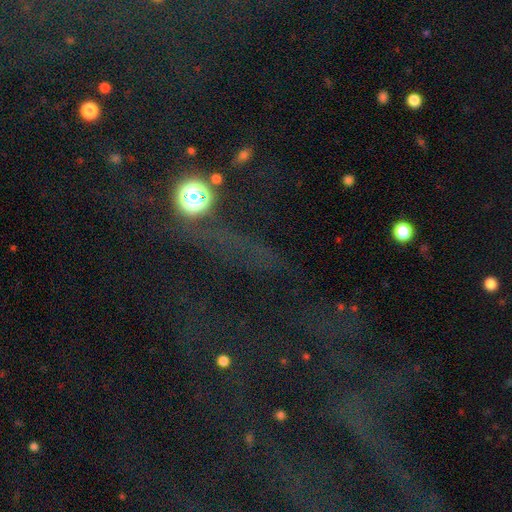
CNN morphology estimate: Smooth or featured: star or artifact — 68% (smooth — 19%)